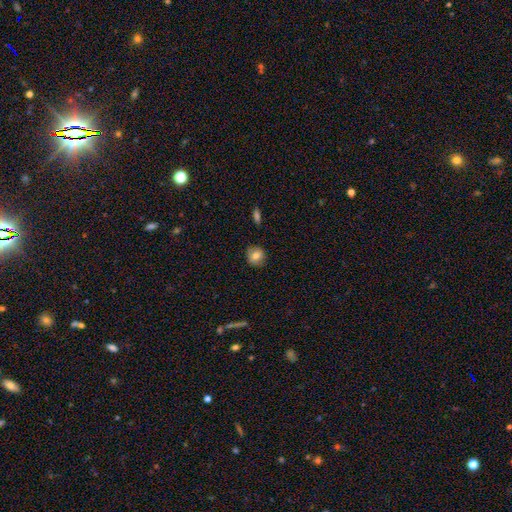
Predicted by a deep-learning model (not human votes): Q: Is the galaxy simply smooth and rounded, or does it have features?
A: smooth — 79%.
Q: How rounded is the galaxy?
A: round — 88%.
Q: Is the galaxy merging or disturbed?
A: none — 88%.